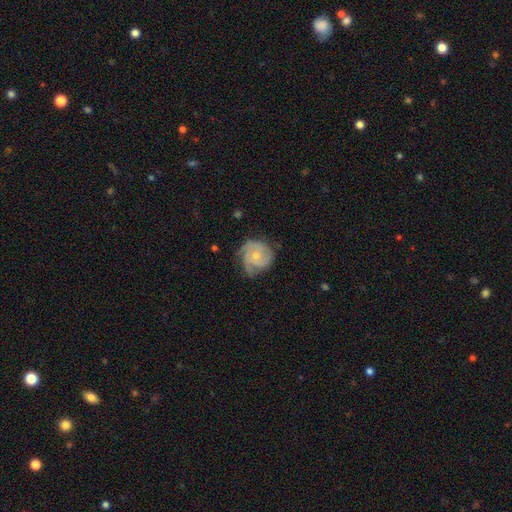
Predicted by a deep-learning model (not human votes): A featured or disk galaxy (77%) with no bar (77%), 3 (47%) tight (61%) spiral arms (95%) and a small central bulge (62%). Merging: none (67%).